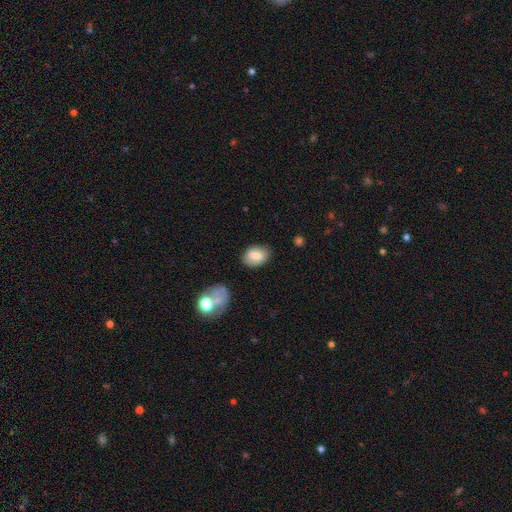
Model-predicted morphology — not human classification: Overall: smooth (77%). How rounded: in between (79%). Merging: none (81%).